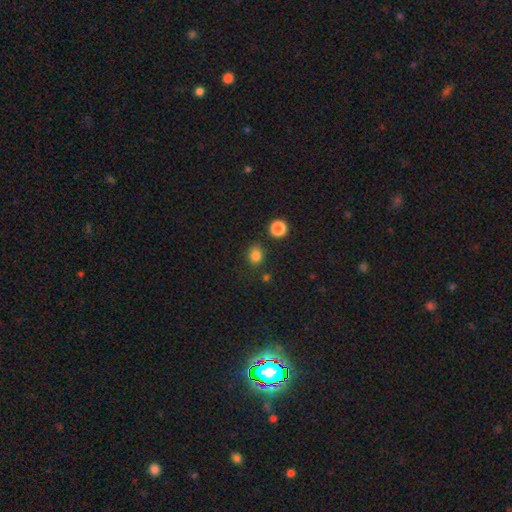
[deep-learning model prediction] smooth 82%, star or artifact 14%, featured or disk 4%. Down the decision tree: how rounded — round (68%); merging — none (78%).